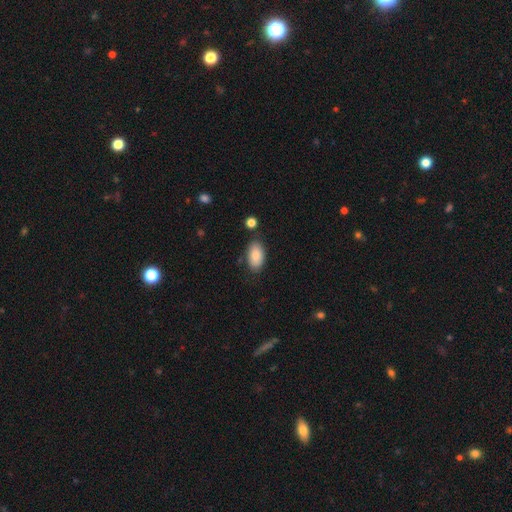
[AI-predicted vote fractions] The model was most divided on "merging": none: 77%, minor disturbance: 15%, merger: 4%, major disturbance: 4%. More confident: how rounded — in between (94%); smooth or featured — smooth (84%).